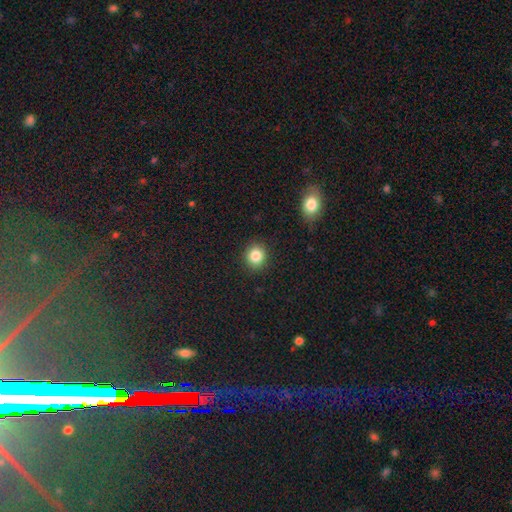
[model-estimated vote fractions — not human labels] A smooth galaxy with no disk features (84%) that is round (82%). Merging: none (90%).